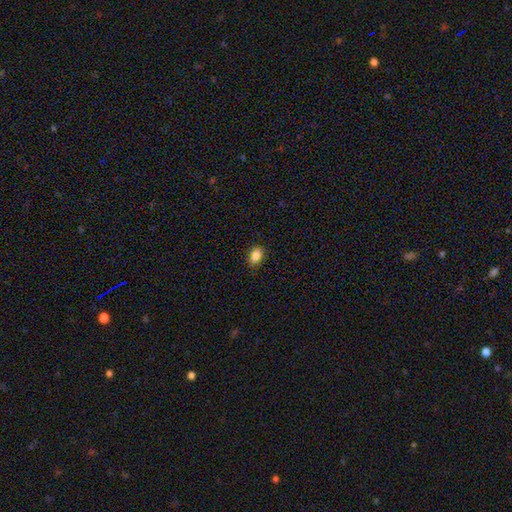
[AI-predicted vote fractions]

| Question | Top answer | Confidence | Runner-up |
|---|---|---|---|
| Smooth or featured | smooth | 87% | star or artifact (9%) |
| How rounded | in between | 77% | round (22%) |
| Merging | none | 88% | minor disturbance (9%) |